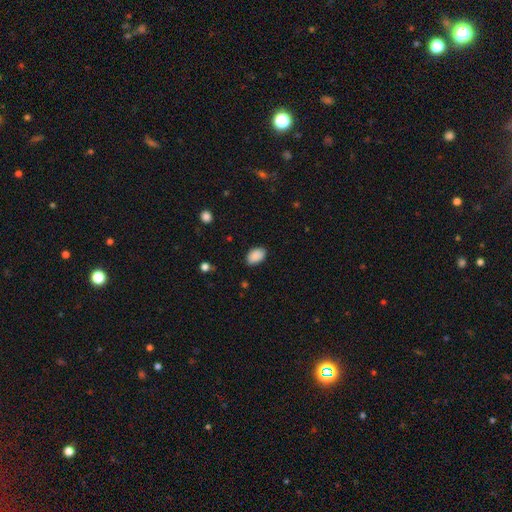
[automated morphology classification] This appears to be a smooth galaxy with no disk features (89%) that is in between round and cigar-shaped (88%). Merging: none (81%).